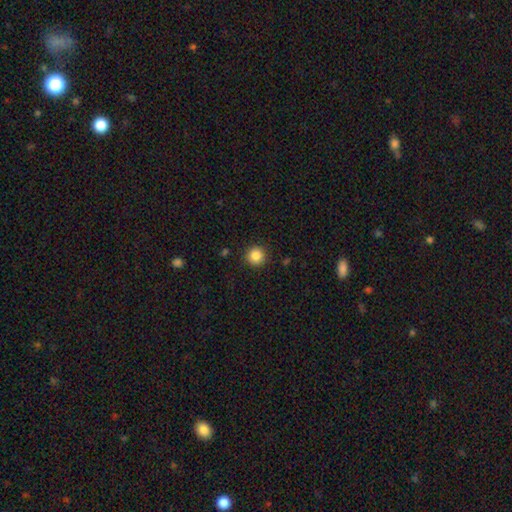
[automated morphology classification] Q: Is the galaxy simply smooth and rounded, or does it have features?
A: smooth — 86%.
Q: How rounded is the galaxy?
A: round — 95%.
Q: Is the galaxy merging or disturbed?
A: none — 91%.